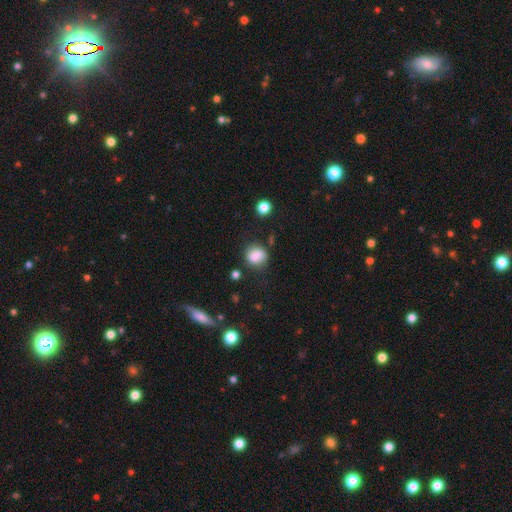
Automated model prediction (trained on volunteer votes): Overall: smooth (81%). How rounded: round (61%; in between 37%). Merging: none (68%).